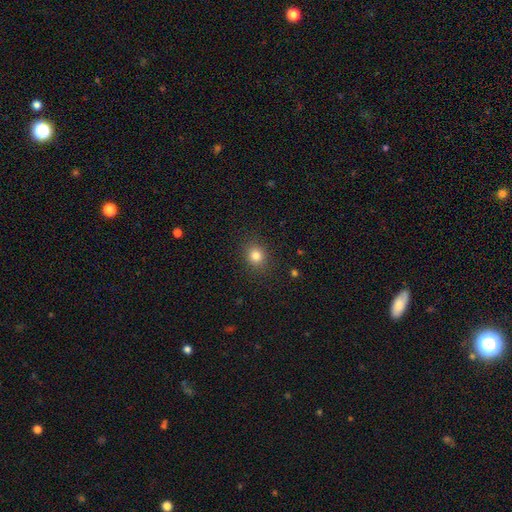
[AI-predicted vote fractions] A smooth galaxy with no disk features (81%) that is round (74%). Merging: none (88%).